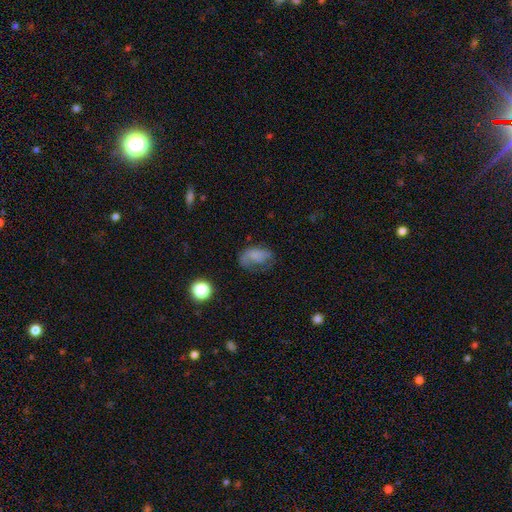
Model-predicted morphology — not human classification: A smooth galaxy with no disk features (61%) that is in between round and cigar-shaped (84%).

Vote fractions:
- Smooth or featured? smooth: 61% / featured or disk: 27% / star or artifact: 12%
- How rounded? in between: 84% / round: 14% / cigar-shaped: 2%
- Merging? none: 38% / major disturbance: 31% / minor disturbance: 28% / merger: 3%